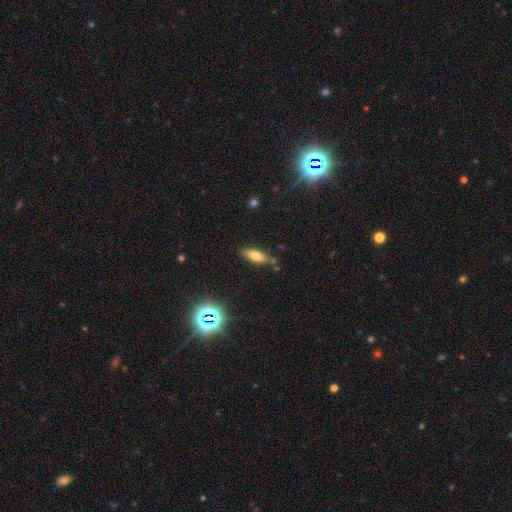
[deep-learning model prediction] A smooth galaxy with no disk features (65%) that is in between round and cigar-shaped (62%). Merging: none (73%).